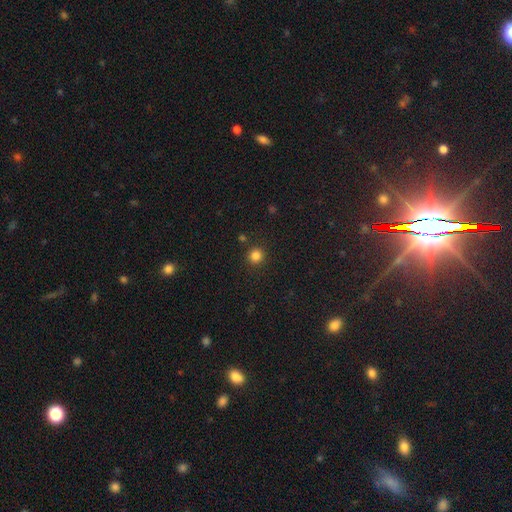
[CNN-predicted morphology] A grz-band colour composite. It shows a smooth galaxy with no disk features (83%) that is round (93%). Merging: none (88%).